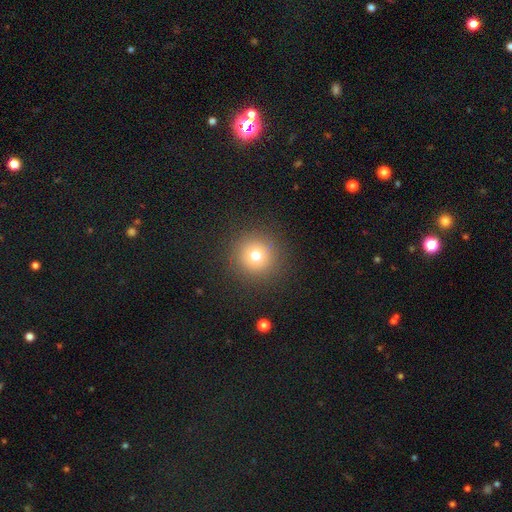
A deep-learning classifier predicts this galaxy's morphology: A smooth galaxy with no disk features (72%) that is round (95%).

Vote fractions:
- Smooth or featured? smooth: 72% / star or artifact: 16% / featured or disk: 12%
- How rounded? round: 95% / in between: 4% / cigar-shaped: 1%
- Merging? none: 89% / minor disturbance: 7% / major disturbance: 4% / merger: 1%